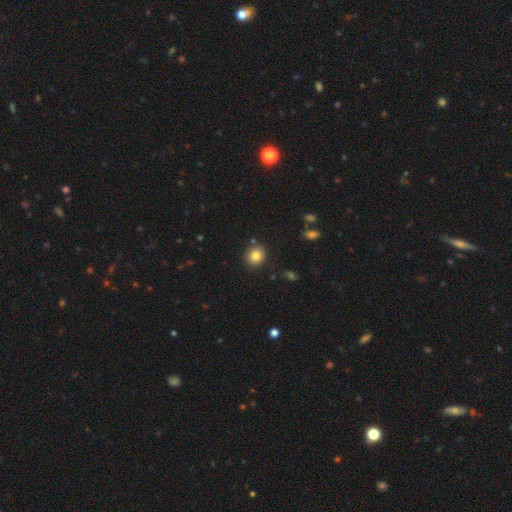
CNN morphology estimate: The model was most divided on "smooth or featured": smooth: 81%, star or artifact: 11%, featured or disk: 8%. More confident: how rounded — round (88%); merging — none (87%).